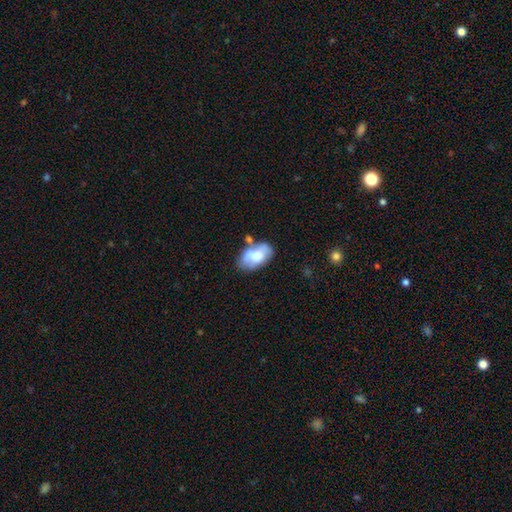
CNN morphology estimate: The model was most divided on "merging": none: 45%, minor disturbance: 25%, merger: 18%, major disturbance: 11%. More confident: how rounded — in between (92%); smooth or featured — smooth (58%).